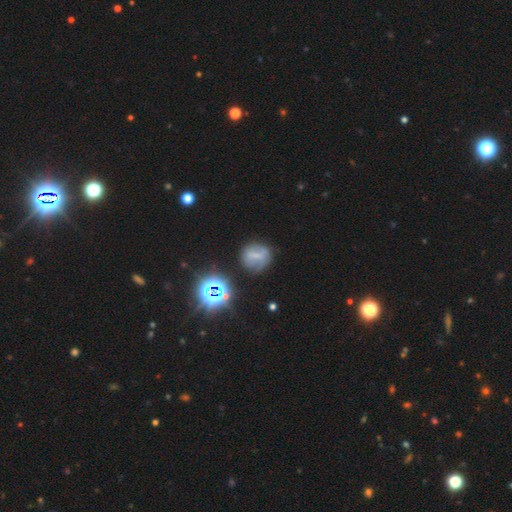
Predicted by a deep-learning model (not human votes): This appears to be a smooth galaxy with no disk features (43%). Merging: none (67%).